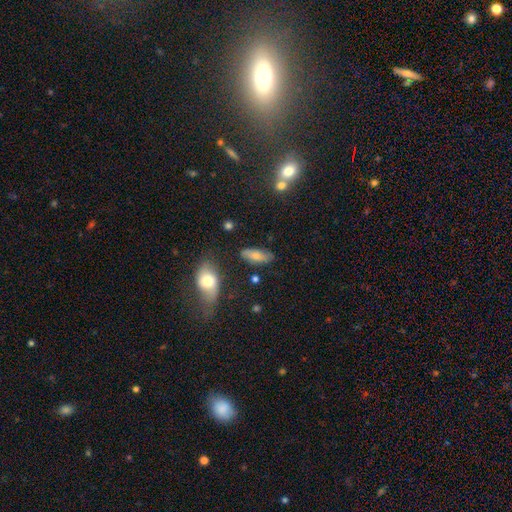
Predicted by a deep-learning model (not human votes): smooth-or-featured: smooth: 71% | featured or disk: 21% | star or artifact: 8%
  how-rounded: in between: 74% | cigar-shaped: 23% | round: 3%
  merging: none: 78% | minor disturbance: 14% | major disturbance: 4% | merger: 3%